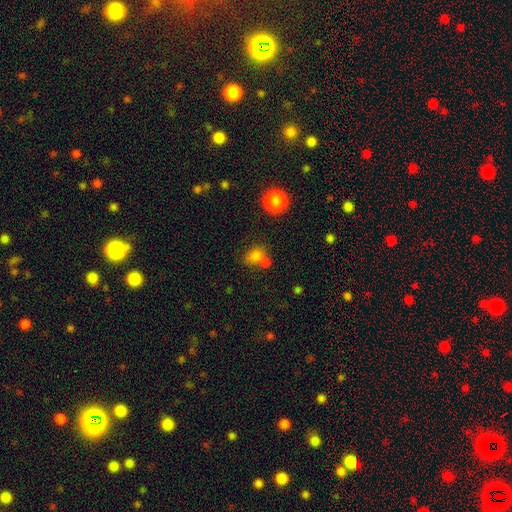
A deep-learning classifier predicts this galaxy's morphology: Smooth or featured? Predicted: smooth (p=0.76). How rounded? Predicted: in between (p=0.57). Merging? Predicted: none (p=0.46).